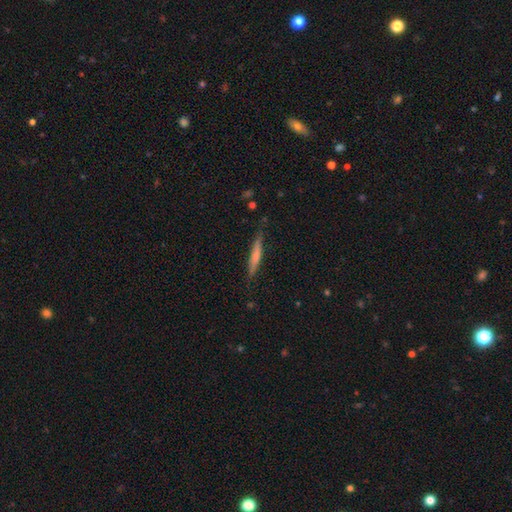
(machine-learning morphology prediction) This is possibly a smooth galaxy (59%). How rounded: clearly cigar-shaped (93%). Merging: clearly none (81%).